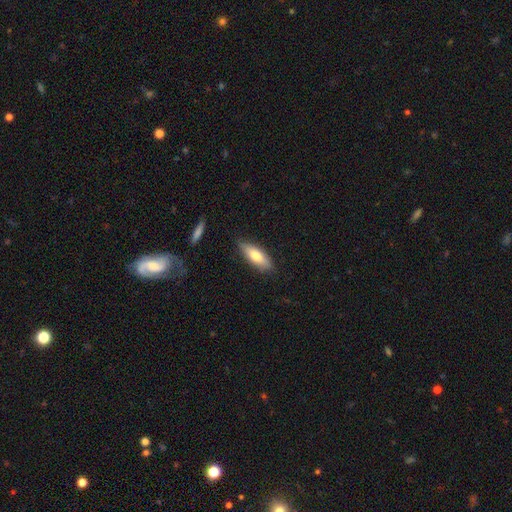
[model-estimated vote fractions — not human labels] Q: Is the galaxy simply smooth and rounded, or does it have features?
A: smooth — 74%.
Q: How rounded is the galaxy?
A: in between — 59%.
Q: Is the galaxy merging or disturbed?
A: none — 82%.